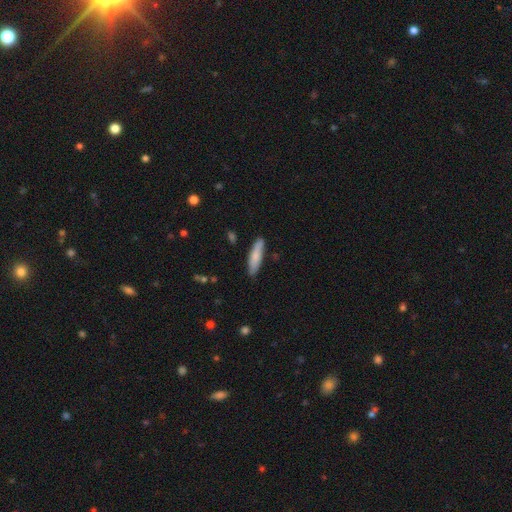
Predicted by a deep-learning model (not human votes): This appears to be a smooth galaxy with no disk features (79%) that is cigar-shaped (77%). Merging: none (85%).